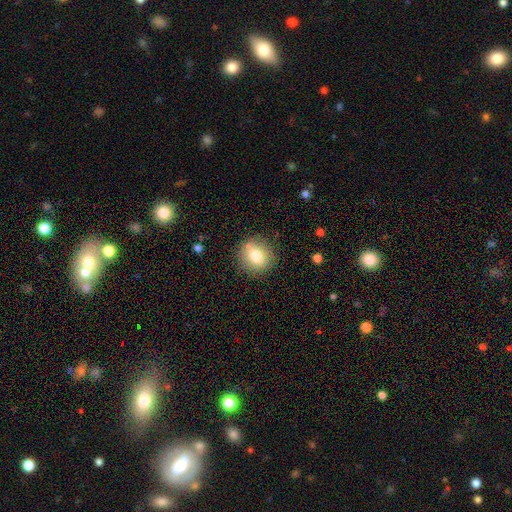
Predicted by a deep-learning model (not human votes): smooth-or-featured: smooth: 75% | featured or disk: 15% | star or artifact: 10%
  how-rounded: round: 87% | in between: 12% | cigar-shaped: 1%
  merging: none: 85% | minor disturbance: 10% | major disturbance: 3% | merger: 2%